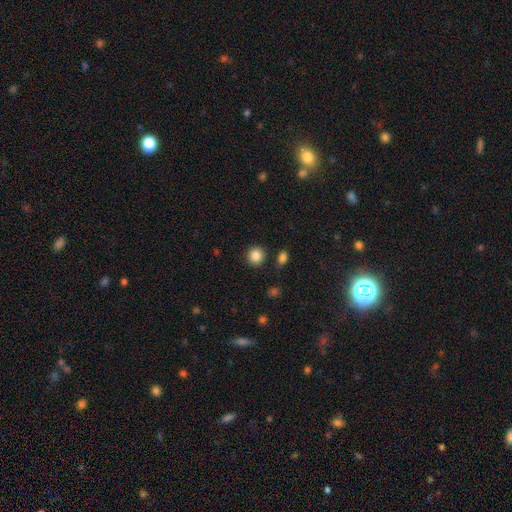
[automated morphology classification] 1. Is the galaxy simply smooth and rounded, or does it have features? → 86% smooth, 10% star or artifact, 4% featured or disk.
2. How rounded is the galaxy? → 90% round, 9% in between, 1% cigar-shaped.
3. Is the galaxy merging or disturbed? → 87% none, 7% minor disturbance, 3% merger, 2% major disturbance.